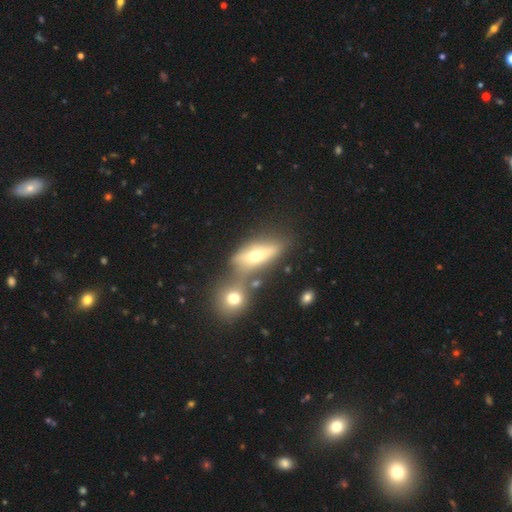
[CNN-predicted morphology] type=smooth (47%); merging=none (43%).